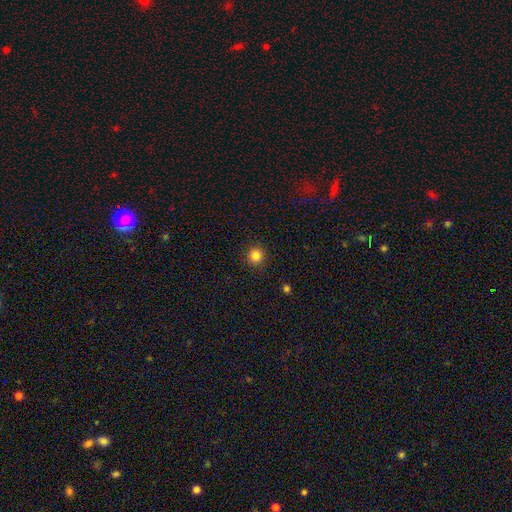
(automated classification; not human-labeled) Q: Smooth or featured?
A: smooth (84%); runner-up: star or artifact (12%)
Q: How rounded?
A: round (95%); runner-up: in between (4%)
Q: Merging?
A: none (92%); runner-up: minor disturbance (5%)